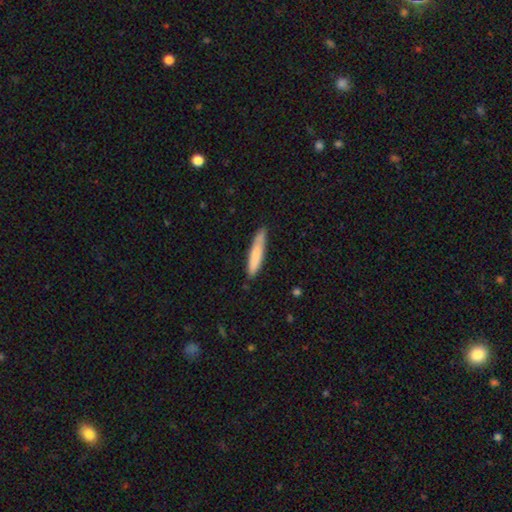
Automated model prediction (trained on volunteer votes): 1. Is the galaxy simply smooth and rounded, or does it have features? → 79% smooth, 16% featured or disk, 6% star or artifact.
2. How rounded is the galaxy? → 88% cigar-shaped, 11% in between, 1% round.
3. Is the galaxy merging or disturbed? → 81% none, 15% minor disturbance, 2% major disturbance, 2% merger.